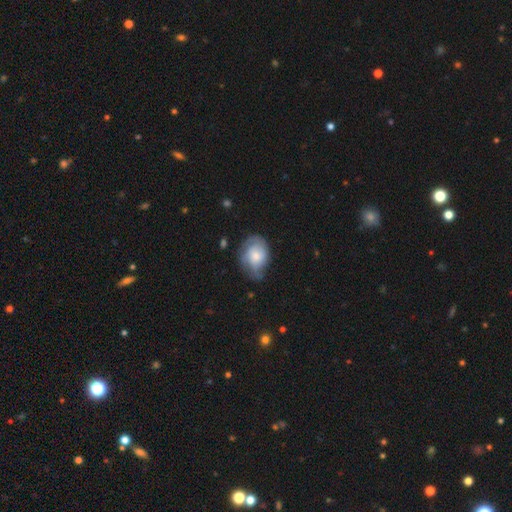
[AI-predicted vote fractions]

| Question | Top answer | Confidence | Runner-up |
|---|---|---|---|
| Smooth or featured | smooth | 50% | featured or disk (43%) |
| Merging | none | 52% | minor disturbance (33%) |